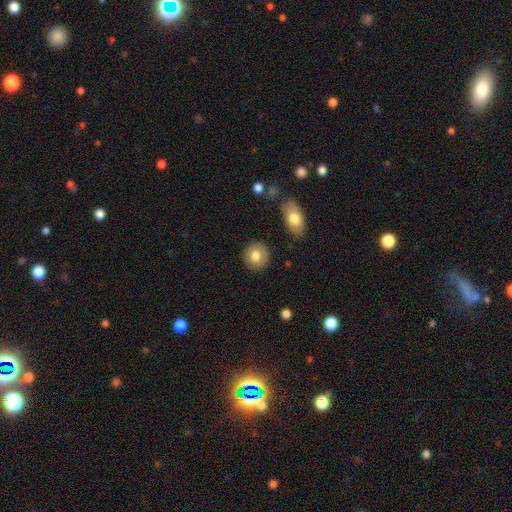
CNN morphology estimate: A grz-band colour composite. It shows a smooth galaxy with no disk features (79%) that is round (88%). Merging: none (89%).